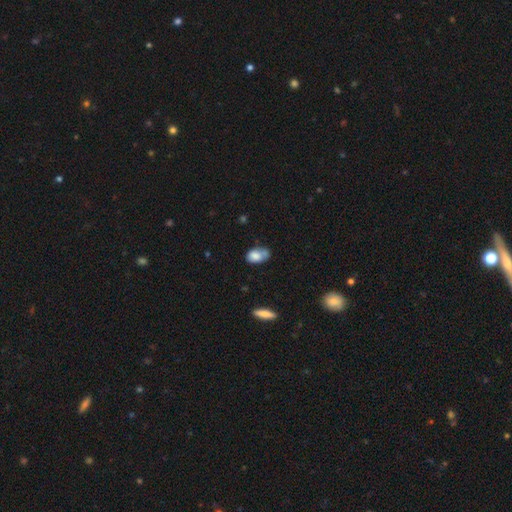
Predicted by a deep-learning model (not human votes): smooth-or-featured: smooth: 77% | featured or disk: 15% | star or artifact: 8%
  how-rounded: in between: 89% | round: 9% | cigar-shaped: 2%
  merging: none: 43% | minor disturbance: 35% | major disturbance: 12% | merger: 10%